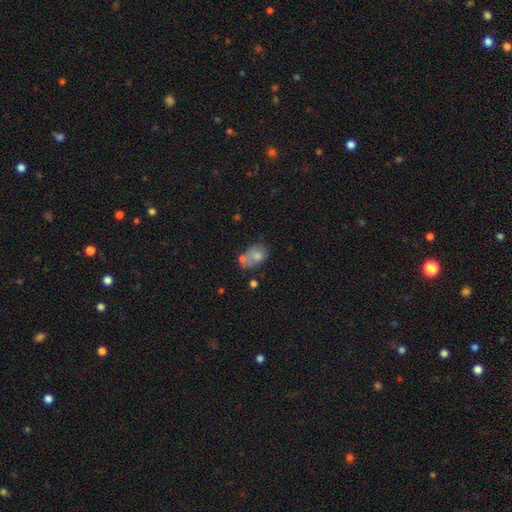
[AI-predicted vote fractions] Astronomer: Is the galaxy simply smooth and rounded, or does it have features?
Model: smooth — 69%.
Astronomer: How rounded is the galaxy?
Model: in between — 80%.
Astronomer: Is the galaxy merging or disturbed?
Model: none — 35% (runner-up: merger, 30%).